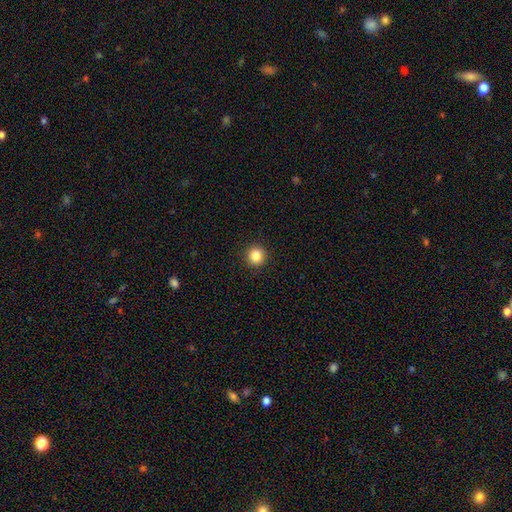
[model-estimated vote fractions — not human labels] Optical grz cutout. It shows a smooth galaxy with no disk features (86%) that is round (93%). Merging: none (93%).